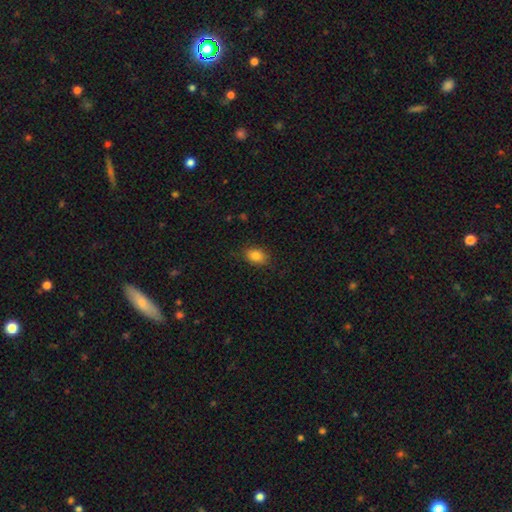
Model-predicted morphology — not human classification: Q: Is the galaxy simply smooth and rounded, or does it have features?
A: smooth — 84%.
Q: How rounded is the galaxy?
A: in between — 73%.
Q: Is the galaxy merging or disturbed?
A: none — 83%.